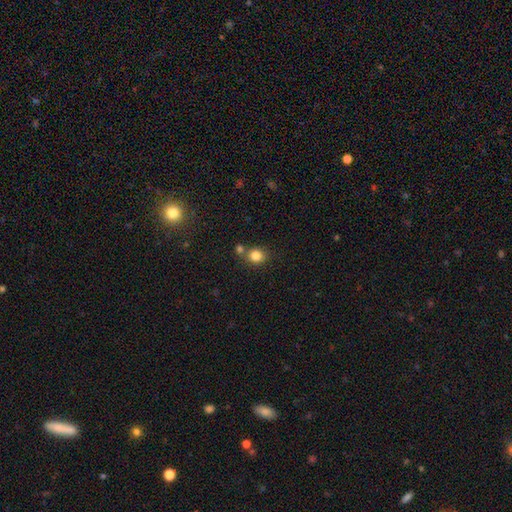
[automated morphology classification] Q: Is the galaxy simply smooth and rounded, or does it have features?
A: smooth — 83%.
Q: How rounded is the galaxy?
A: round — 75%.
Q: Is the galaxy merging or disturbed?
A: none — 66%.